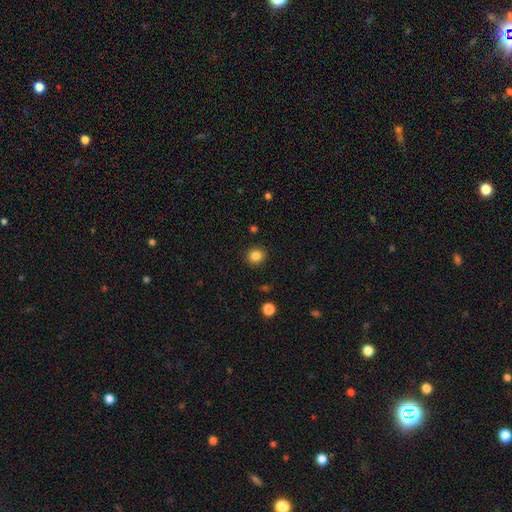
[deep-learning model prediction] A smooth galaxy with no disk features (84%) that is round (87%).

Vote fractions:
- Smooth or featured? smooth: 84% / star or artifact: 11% / featured or disk: 5%
- How rounded? round: 87% / in between: 12% / cigar-shaped: 1%
- Merging? none: 91% / minor disturbance: 6% / major disturbance: 2% / merger: 1%